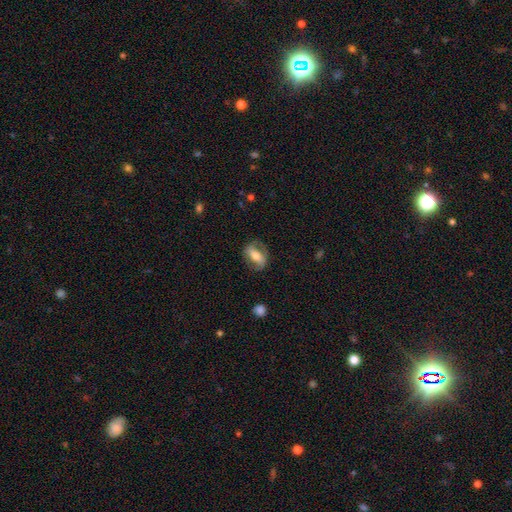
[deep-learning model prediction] featured or disk 51%, smooth 42%, star or artifact 7%. Down the decision tree: edge-on disk — no (80%); merging — none (73%).